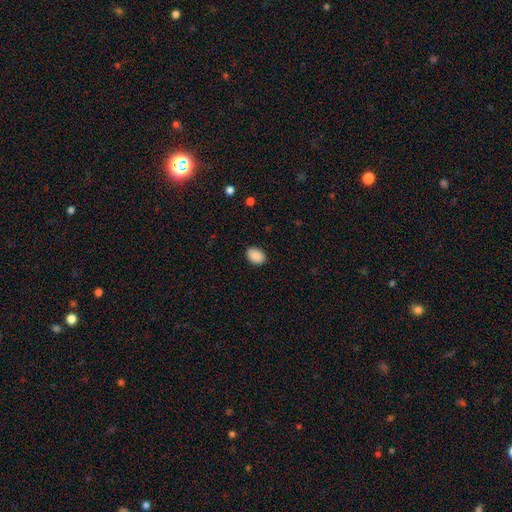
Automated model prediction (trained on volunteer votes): smooth_or_featured: smooth (p=0.90) [alt: star or artifact p=0.07]
how_rounded: in between (p=0.78) [alt: round p=0.21]
merging: none (p=0.89) [alt: minor disturbance p=0.08]